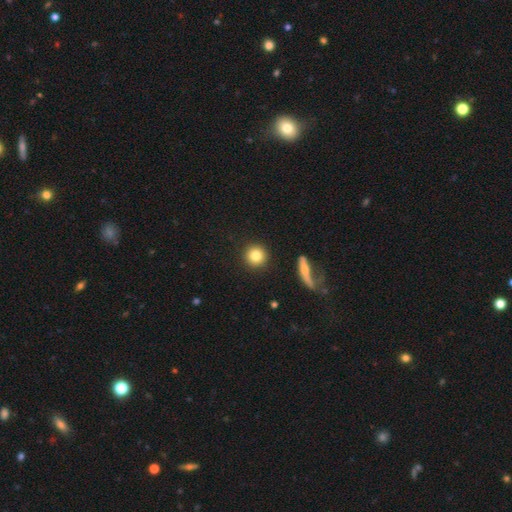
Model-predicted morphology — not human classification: Overall: smooth (83%). How rounded: round (94%). Merging: none (90%).